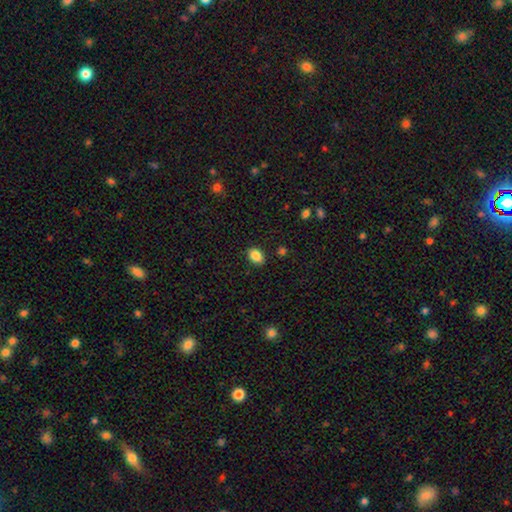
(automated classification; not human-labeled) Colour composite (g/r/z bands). It shows a smooth galaxy with no disk features (87%) that is in between round and cigar-shaped (80%). Merging: none (87%).